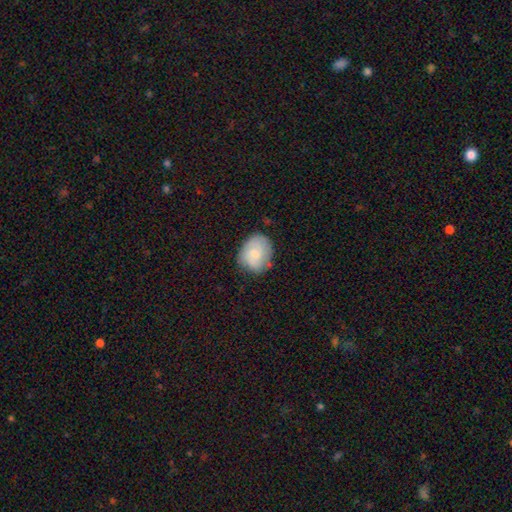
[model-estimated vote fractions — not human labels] Smooth or featured: smooth — 69% (featured or disk — 25%)
How rounded: in between — 52% (round — 48%)
Merging: none — 67% (minor disturbance — 25%)